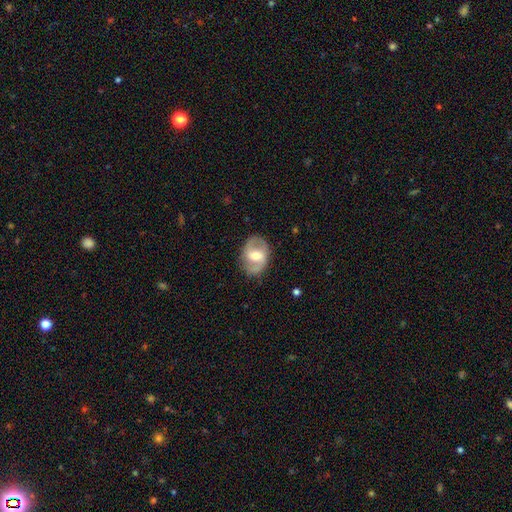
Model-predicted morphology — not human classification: Smooth or featured?
  - featured or disk: 73% *
  - smooth: 21%
  - star or artifact: 6%
Edge-on disk?
  - no: 96% *
  - yes: 4%
Bar?
  - weak: 49% *
  - strong: 26%
  - no: 25%
Spiral arms?
  - yes: 82% *
  - no: 18%
Spiral winding?
  - medium: 50% *
  - loose: 28%
  - tight: 22%
Spiral arm count?
  - 2: 87% *
  - can't tell: 7%
  - 1: 3%
  - 3: 1%
  - 4: 1%
  - more than 4: 1%
Bulge size?
  - moderate: 68% *
  - small: 20%
  - large: 9%
  - none: 1%
  - dominant: 1%
Merging?
  - none: 81% *
  - minor disturbance: 13%
  - major disturbance: 5%
  - merger: 1%